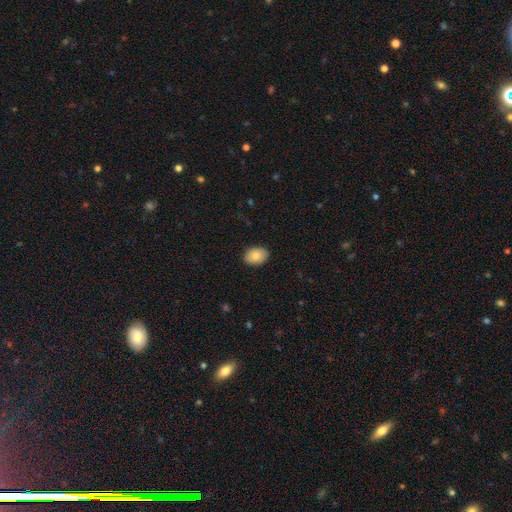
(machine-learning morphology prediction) smooth_or_featured: smooth (p=0.81) [alt: featured or disk p=0.11]
how_rounded: in between (p=0.81) [alt: round p=0.18]
merging: none (p=0.89) [alt: minor disturbance p=0.08]